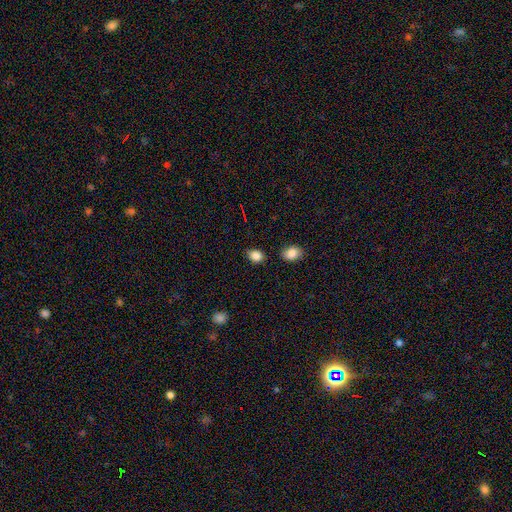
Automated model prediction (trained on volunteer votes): This is clearly a smooth galaxy (85%). How rounded: possibly in between (60%). Merging: clearly none (81%).